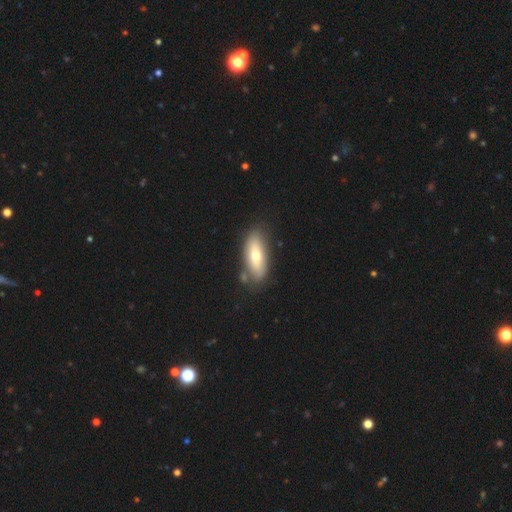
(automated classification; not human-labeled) The model was most divided on "smooth or featured": smooth: 57%, featured or disk: 36%, star or artifact: 6%. More confident: how rounded — in between (76%); merging — none (74%).